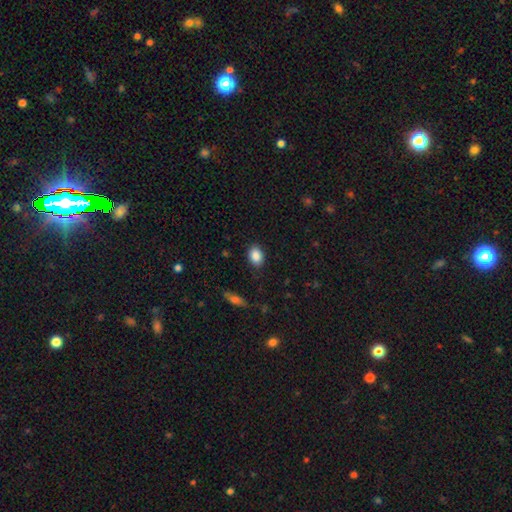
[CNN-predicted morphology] smooth 87%, star or artifact 8%, featured or disk 5%. Down the decision tree: how rounded — in between (76%); merging — none (87%).